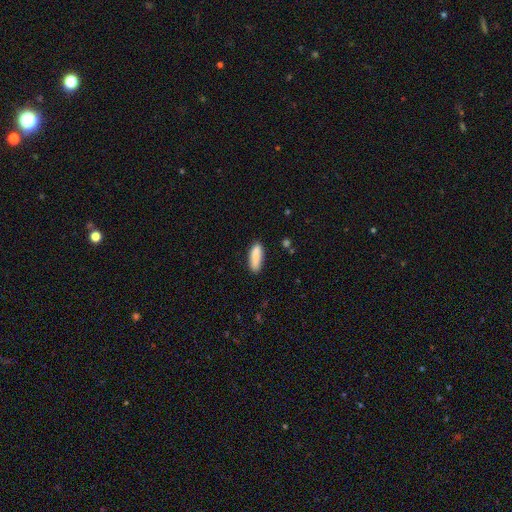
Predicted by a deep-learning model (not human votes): The model was most divided on "how rounded": in between: 59%, cigar-shaped: 39%, round: 2%. More confident: smooth or featured — smooth (86%); merging — none (81%).